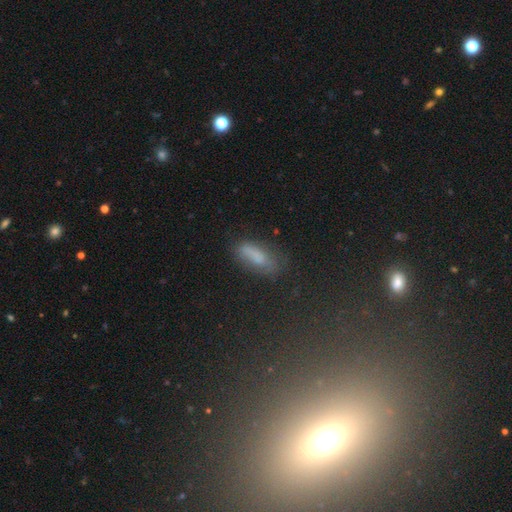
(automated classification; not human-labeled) Smooth or featured? smooth (68%)
How rounded? in between (66%)
Merging? none (59%)